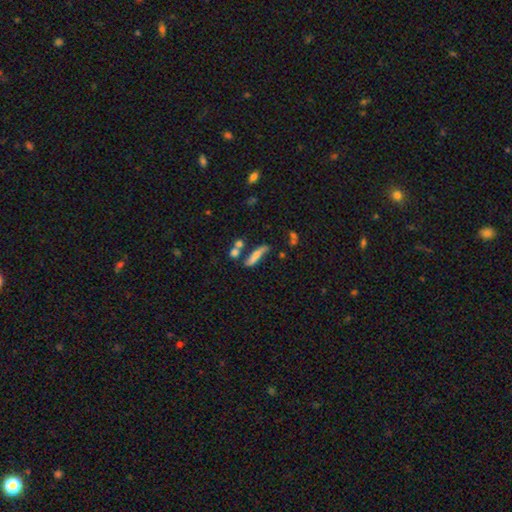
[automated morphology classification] smooth 64%, featured or disk 27%, star or artifact 9%. Down the decision tree: how rounded — cigar-shaped (78%); merging — none (56%).